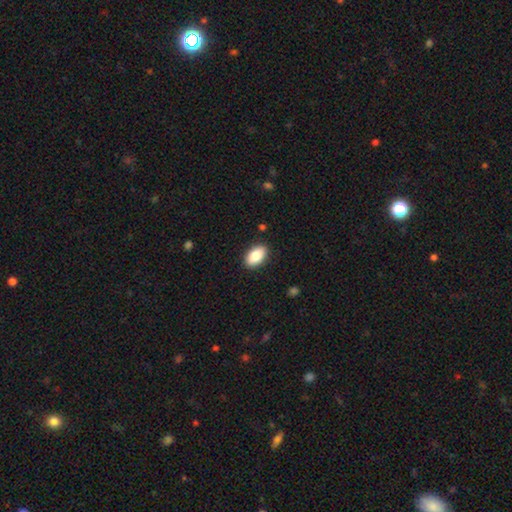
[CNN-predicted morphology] smooth_or_featured: smooth (p=0.85) [alt: featured or disk p=0.08]
how_rounded: in between (p=0.93) [alt: round p=0.05]
merging: none (p=0.89) [alt: minor disturbance p=0.08]